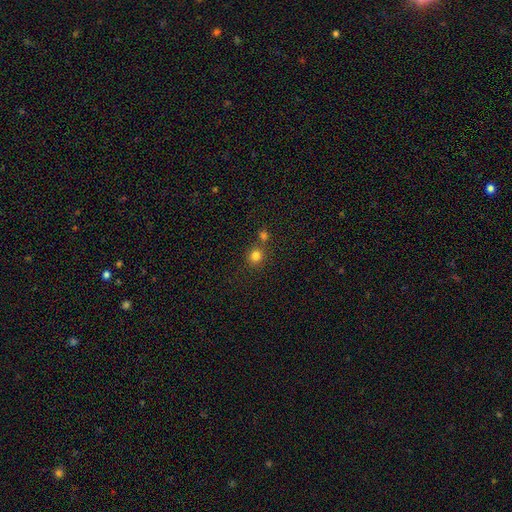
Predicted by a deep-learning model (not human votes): Smooth or featured? Predicted: smooth (p=0.80). How rounded? Predicted: round (p=0.90). Merging? Predicted: none (p=0.70).